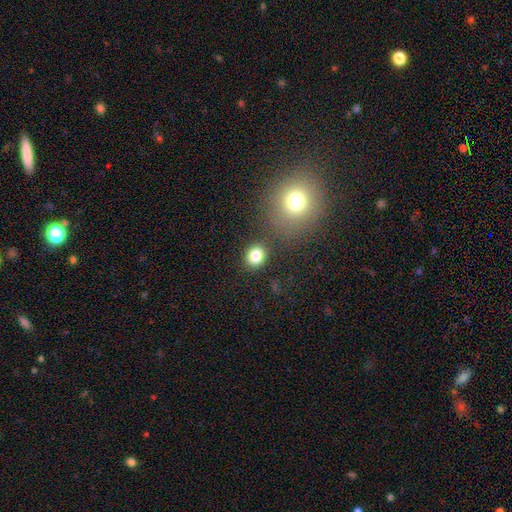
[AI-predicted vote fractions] This is clearly a smooth galaxy (81%). How rounded: likely round (71%). Merging: clearly none (81%).